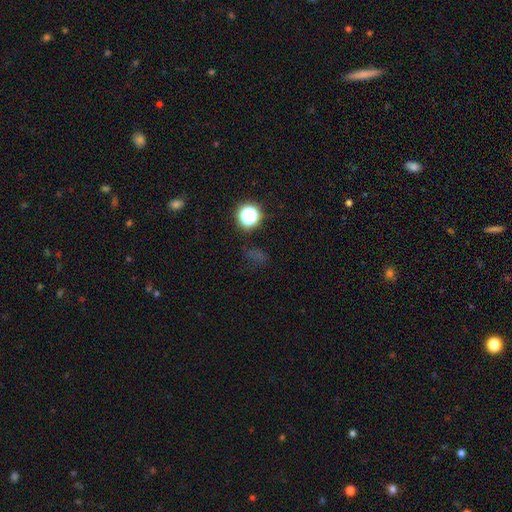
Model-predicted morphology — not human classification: This appears to be a star or artifact, not a galaxy (60%).